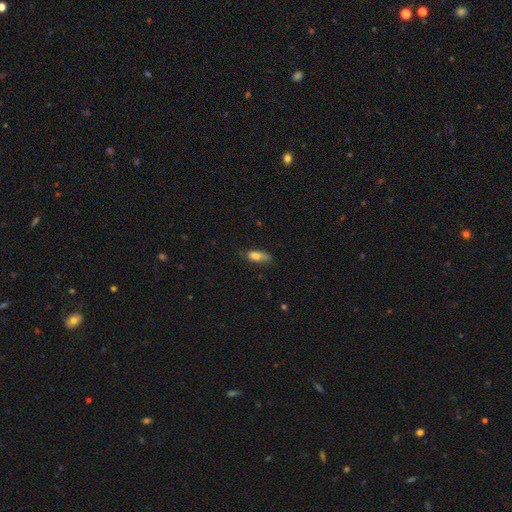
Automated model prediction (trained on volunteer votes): Smooth or featured? Predicted: smooth (p=0.82). How rounded? Predicted: in between (p=0.75). Merging? Predicted: none (p=0.53).